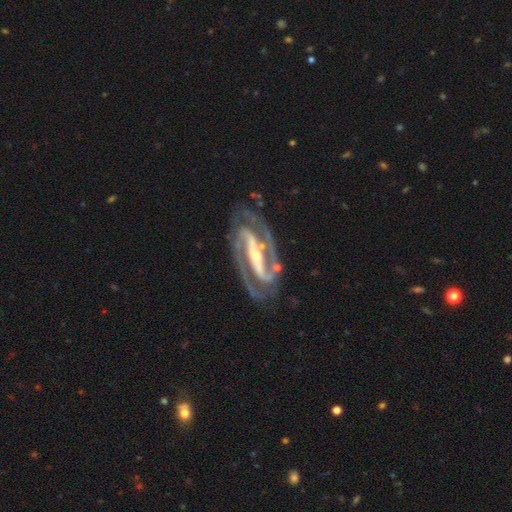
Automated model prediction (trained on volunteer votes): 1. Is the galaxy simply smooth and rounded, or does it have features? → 94% featured or disk, 4% star or artifact, 2% smooth.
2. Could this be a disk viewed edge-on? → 95% no, 5% yes.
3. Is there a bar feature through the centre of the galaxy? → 81% strong, 13% weak, 7% no.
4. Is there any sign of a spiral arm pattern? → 98% yes, 2% no.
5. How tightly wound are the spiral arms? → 47% medium, 45% tight, 8% loose.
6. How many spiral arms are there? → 94% 2, 2% 3, 1% can't tell, 1% 1, 1% 4, 1% more than 4.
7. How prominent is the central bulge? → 51% small, 43% moderate, 3% large, 1% none, 1% dominant.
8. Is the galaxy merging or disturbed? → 81% none, 13% minor disturbance, 4% major disturbance, 2% merger.